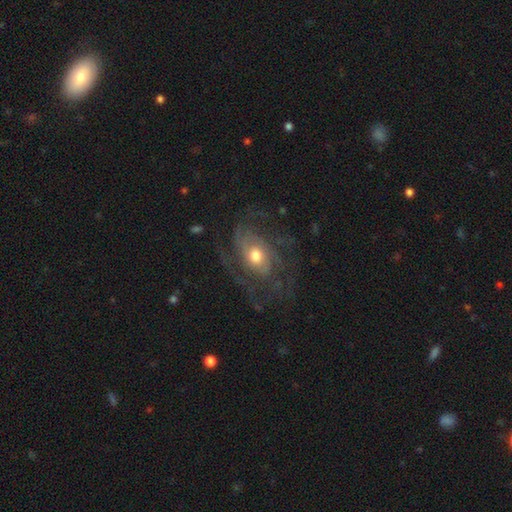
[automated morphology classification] Overall: featured or disk (82%). Edge-on disk: no (96%). Bar: no (76%). Spiral arms: yes (90%). Spiral arm count: can't tell (32%; 3 22%). Spiral winding: tight (43%; medium 38%). Bulge size: moderate (68%). Merging: none (61%).